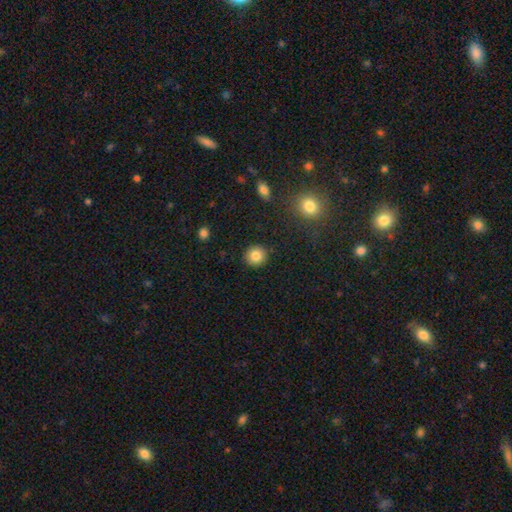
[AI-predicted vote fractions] Smooth or featured: smooth — 84% (star or artifact — 9%)
How rounded: round — 92% (in between — 7%)
Merging: none — 91% (minor disturbance — 6%)